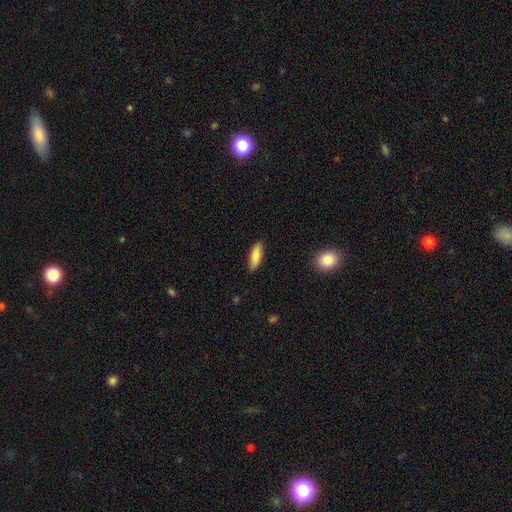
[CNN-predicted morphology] A smooth galaxy with no disk features (83%) that is in between round and cigar-shaped (67%).

Vote fractions:
- Smooth or featured? smooth: 83% / featured or disk: 10% / star or artifact: 6%
- How rounded? in between: 67% / cigar-shaped: 31% / round: 2%
- Merging? none: 87% / minor disturbance: 10% / major disturbance: 2% / merger: 1%